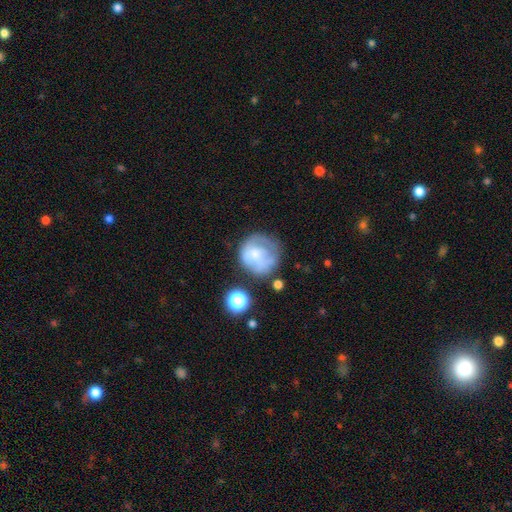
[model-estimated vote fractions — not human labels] Overall: smooth (50%; featured or disk 40%). How rounded: round (87%). Merging: none (51%; minor disturbance 25%).